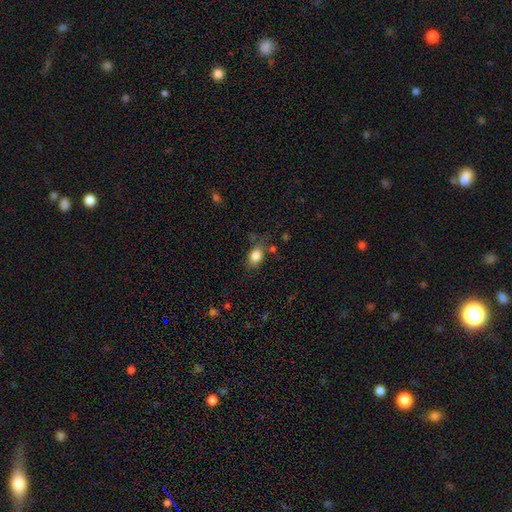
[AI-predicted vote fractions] smooth-or-featured: smooth: 84% | star or artifact: 9% | featured or disk: 7%
  how-rounded: in between: 72% | round: 27% | cigar-shaped: 2%
  merging: none: 67% | minor disturbance: 21% | major disturbance: 7% | merger: 5%